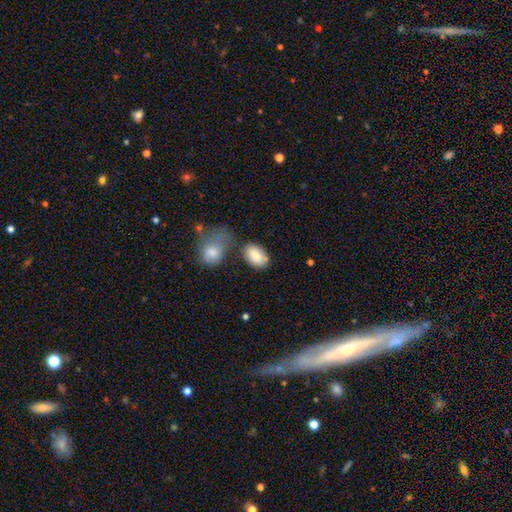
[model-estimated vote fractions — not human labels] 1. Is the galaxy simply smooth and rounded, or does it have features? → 83% smooth, 10% featured or disk, 7% star or artifact.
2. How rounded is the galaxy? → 89% in between, 10% round, 1% cigar-shaped.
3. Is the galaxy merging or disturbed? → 59% none, 18% minor disturbance, 17% merger, 7% major disturbance.